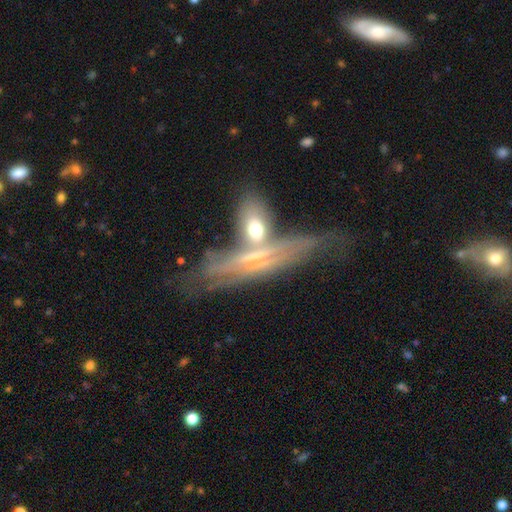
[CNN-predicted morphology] type=featured or disk (65%); edge-on=yes (70%); merging=none (47%).